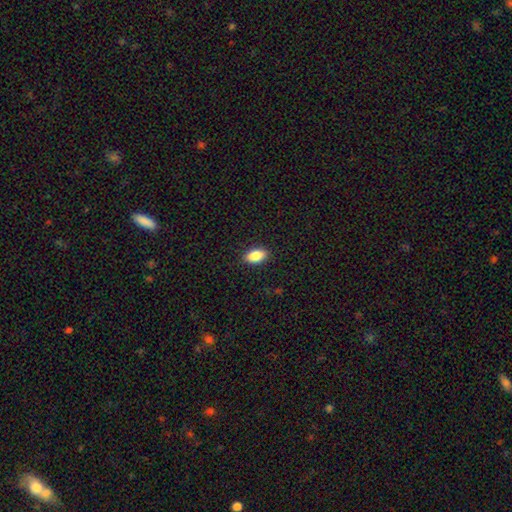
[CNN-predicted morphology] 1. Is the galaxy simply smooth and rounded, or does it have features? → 86% smooth, 7% star or artifact, 6% featured or disk.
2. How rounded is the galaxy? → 92% in between, 5% round, 4% cigar-shaped.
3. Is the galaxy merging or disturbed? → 89% none, 8% minor disturbance, 2% major disturbance, 1% merger.